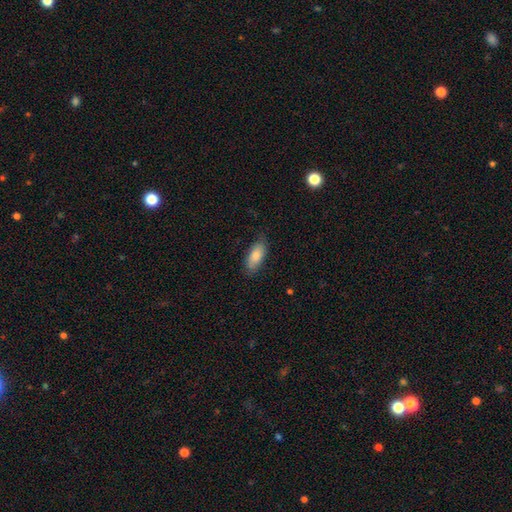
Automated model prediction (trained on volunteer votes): Smooth or featured?
  - smooth: 83% *
  - featured or disk: 11%
  - star or artifact: 6%
How rounded?
  - in between: 84% *
  - cigar-shaped: 14%
  - round: 2%
Merging?
  - none: 79% *
  - minor disturbance: 17%
  - major disturbance: 3%
  - merger: 1%